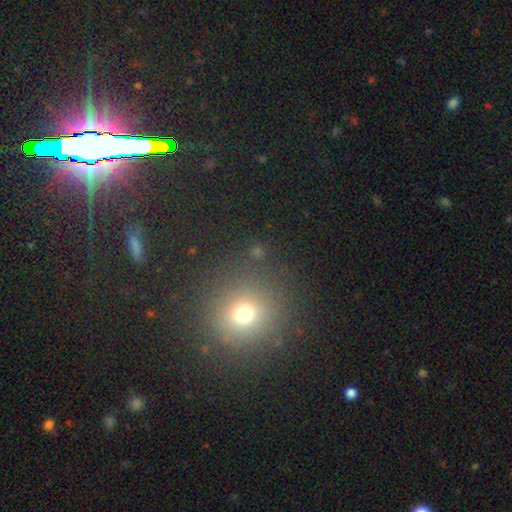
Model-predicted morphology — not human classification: The model was most divided on "smooth or featured": smooth: 54%, star or artifact: 38%, featured or disk: 9%. More confident: how rounded — round (90%); merging — none (86%).